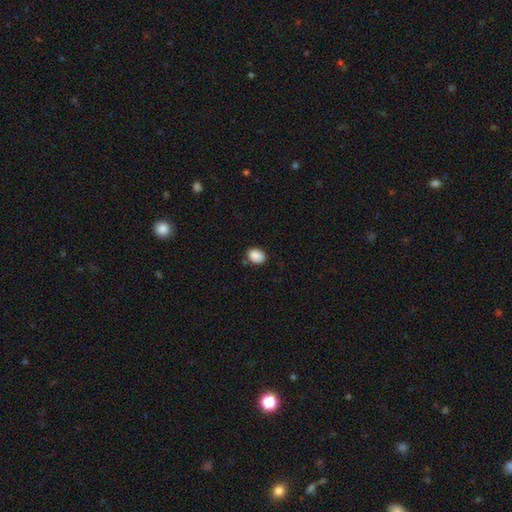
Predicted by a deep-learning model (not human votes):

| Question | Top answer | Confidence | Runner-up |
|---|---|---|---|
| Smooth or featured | smooth | 89% | star or artifact (8%) |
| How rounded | in between | 76% | round (23%) |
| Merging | none | 78% | minor disturbance (15%) |